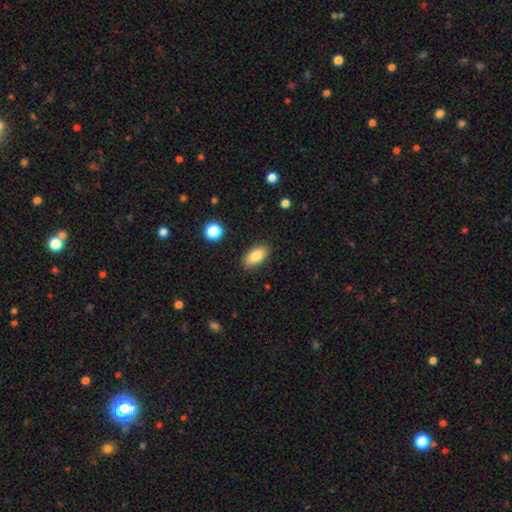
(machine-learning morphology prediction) Smooth or featured?
  - smooth: 86% *
  - star or artifact: 7%
  - featured or disk: 7%
How rounded?
  - in between: 91% *
  - cigar-shaped: 5%
  - round: 4%
Merging?
  - none: 87% *
  - minor disturbance: 9%
  - major disturbance: 2%
  - merger: 1%